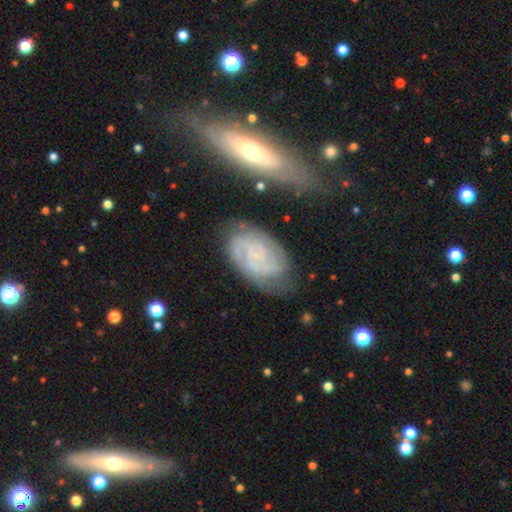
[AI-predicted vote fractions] The model was most divided on "bulge size": small: 49%, none: 40%, moderate: 8%, large: 2%, dominant: 1%. Remaining: edge-on disk — no (96%); spiral arms — yes (94%); smooth or featured — featured or disk (79%); merging — none (69%); spiral winding — tight (63%); bar — no (61%); spiral arm count — 2 (46%).